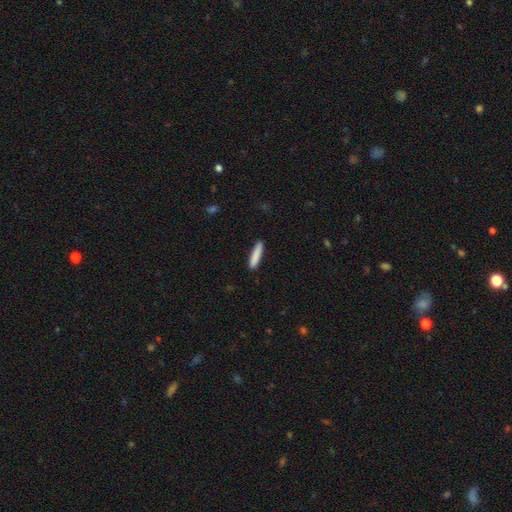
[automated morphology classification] A smooth galaxy with no disk features (86%) that is cigar-shaped (89%). Merging: none (90%).